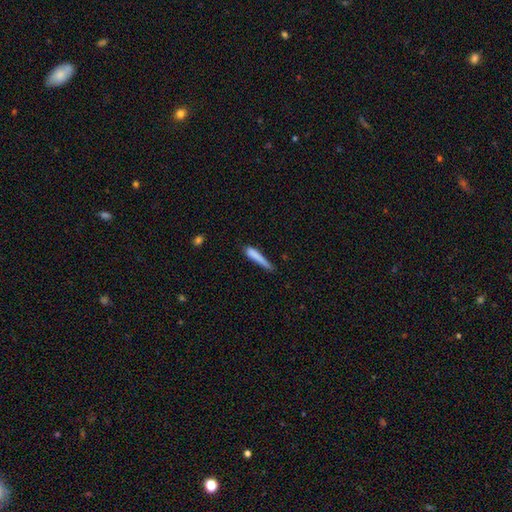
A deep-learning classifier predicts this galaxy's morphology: Smooth or featured: smooth — 79% (featured or disk — 14%)
How rounded: cigar-shaped — 91% (in between — 7%)
Merging: none — 55% (minor disturbance — 31%)